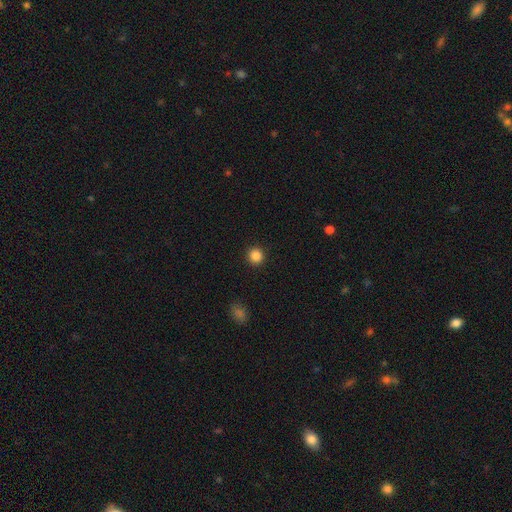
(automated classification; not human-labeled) Morphology: type=smooth (86%); roundness=round (94%); merging=none (92%).